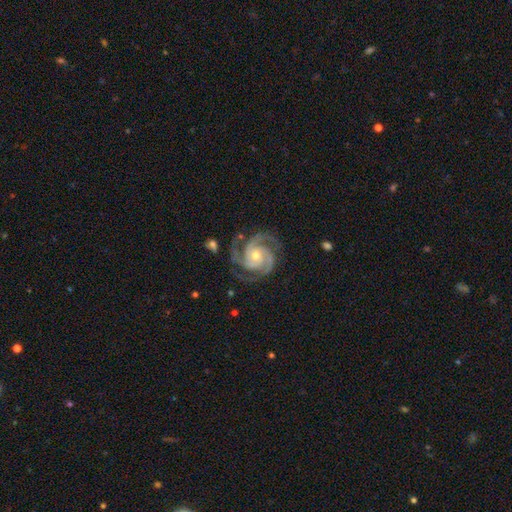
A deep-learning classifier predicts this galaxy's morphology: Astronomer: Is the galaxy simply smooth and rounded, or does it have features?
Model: featured or disk — 94%.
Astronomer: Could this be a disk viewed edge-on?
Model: no — 98%.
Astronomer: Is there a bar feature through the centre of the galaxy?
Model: no — 73%.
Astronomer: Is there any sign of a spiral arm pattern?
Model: yes — 99%.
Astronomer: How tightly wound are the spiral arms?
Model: tight — 61%.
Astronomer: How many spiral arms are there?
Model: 3 — 68%.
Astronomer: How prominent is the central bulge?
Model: moderate — 53% (runner-up: small, 44%).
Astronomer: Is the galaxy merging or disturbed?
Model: none — 76%.